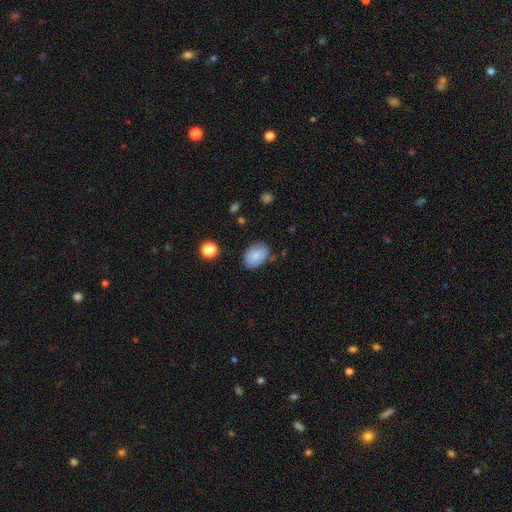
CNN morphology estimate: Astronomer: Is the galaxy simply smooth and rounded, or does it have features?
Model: smooth — 81%.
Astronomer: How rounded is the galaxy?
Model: in between — 86%.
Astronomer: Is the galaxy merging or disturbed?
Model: none — 78%.